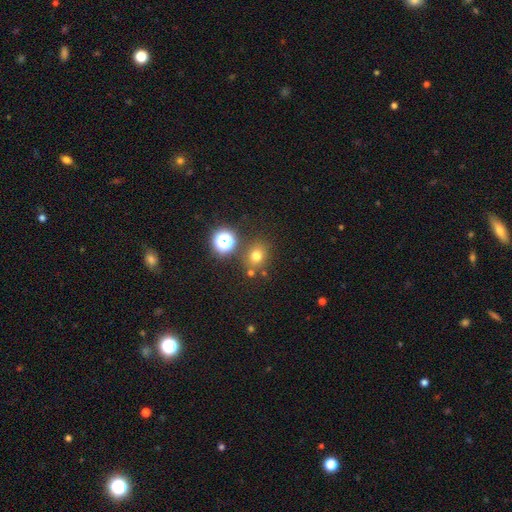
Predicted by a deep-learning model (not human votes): smooth 70%, star or artifact 22%, featured or disk 9%. Down the decision tree: how rounded — round (70%); merging — none (77%).